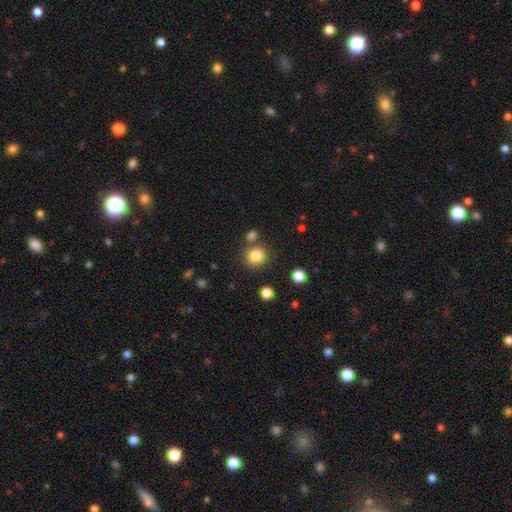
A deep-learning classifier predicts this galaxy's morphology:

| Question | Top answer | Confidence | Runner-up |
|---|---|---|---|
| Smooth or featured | smooth | 83% | star or artifact (11%) |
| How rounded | round | 88% | in between (11%) |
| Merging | none | 79% | merger (10%) |